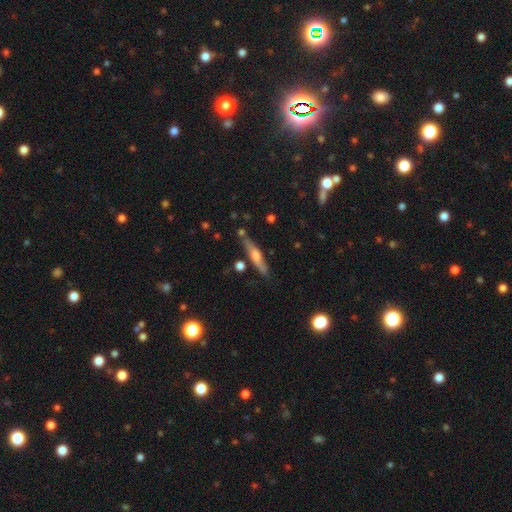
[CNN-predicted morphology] Smooth or featured? featured or disk (57%)
Edge-on disk? yes (92%)
Edge-on bulge? rounded (74%)
Merging? none (80%)